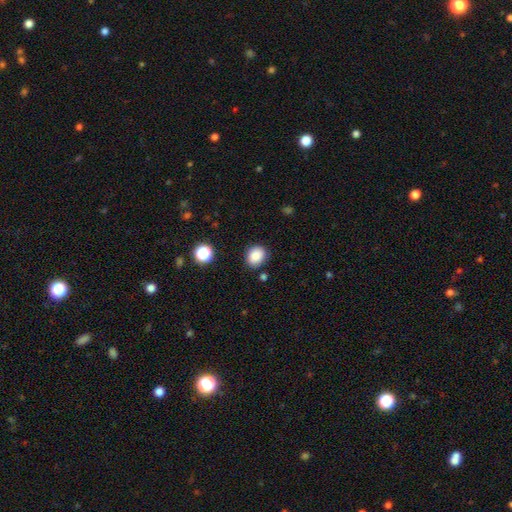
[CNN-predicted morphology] This is clearly a smooth galaxy (87%). How rounded: possibly round (52%). Merging: clearly none (83%).